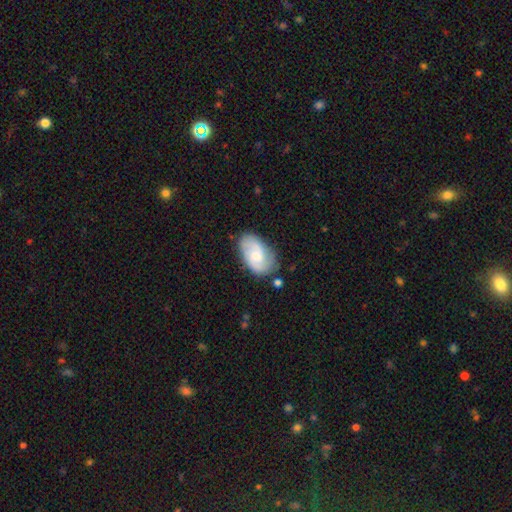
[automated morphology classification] Overall: featured or disk (57%; smooth 37%). Edge-on disk: no (96%). Bar: no (57%; weak 37%). Spiral arms: yes (89%). Bulge size: small (46%; moderate 43%). Merging: none (73%).